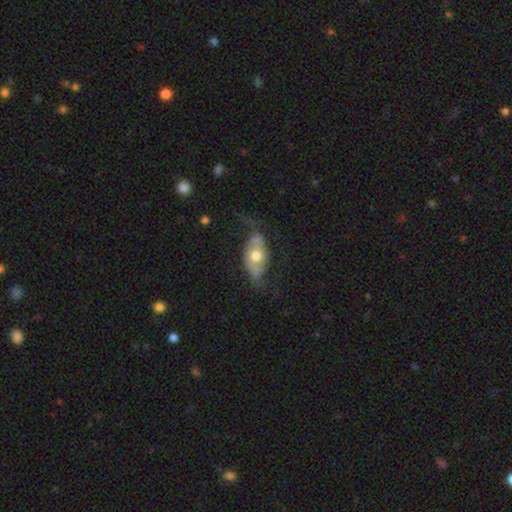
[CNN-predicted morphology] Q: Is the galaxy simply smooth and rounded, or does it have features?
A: featured or disk — 59%.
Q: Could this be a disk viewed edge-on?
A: no — 84%.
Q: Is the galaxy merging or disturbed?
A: none — 52%.